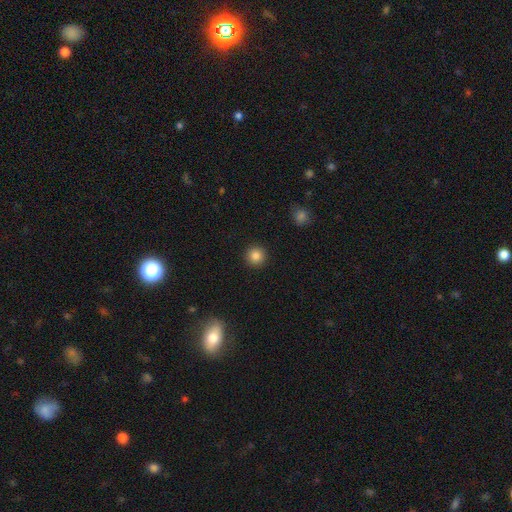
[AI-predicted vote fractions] Q: Smooth or featured?
A: smooth (85%); runner-up: star or artifact (11%)
Q: How rounded?
A: round (95%); runner-up: in between (4%)
Q: Merging?
A: none (93%); runner-up: minor disturbance (5%)